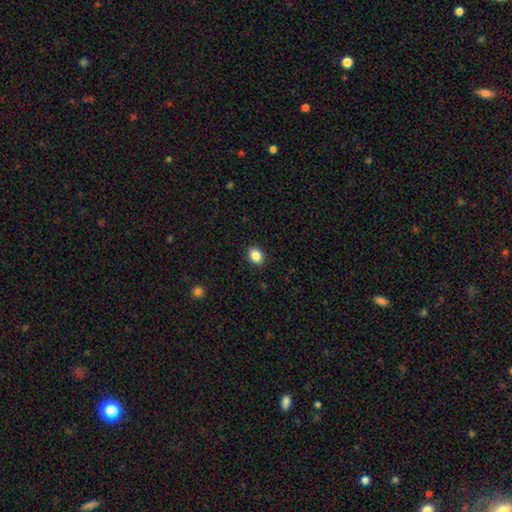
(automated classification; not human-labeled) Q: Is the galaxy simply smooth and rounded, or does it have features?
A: smooth — 86%.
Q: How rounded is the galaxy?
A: in between — 63%.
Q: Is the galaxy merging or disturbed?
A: none — 90%.